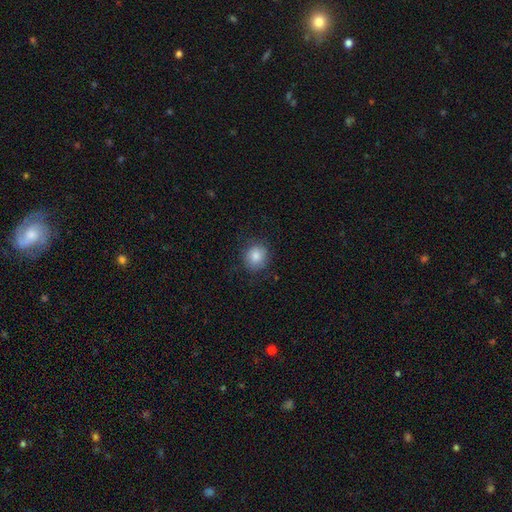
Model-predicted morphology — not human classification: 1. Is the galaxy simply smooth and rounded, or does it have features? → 84% smooth, 9% star or artifact, 7% featured or disk.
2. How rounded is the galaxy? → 82% round, 17% in between, 1% cigar-shaped.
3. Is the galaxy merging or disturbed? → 82% none, 13% minor disturbance, 4% major disturbance, 1% merger.